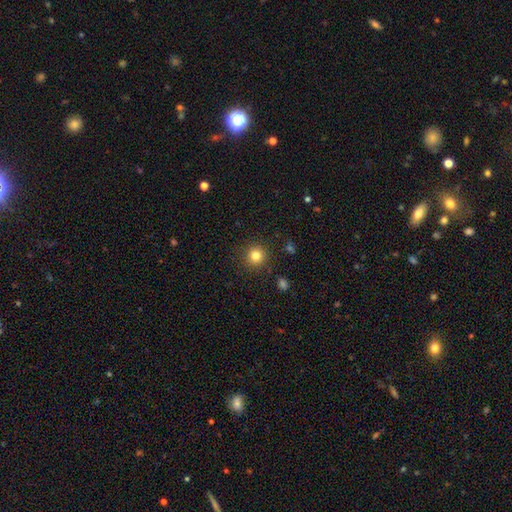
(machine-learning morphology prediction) The model was most divided on "smooth or featured": smooth: 81%, star or artifact: 13%, featured or disk: 6%. More confident: how rounded — round (94%); merging — none (89%).